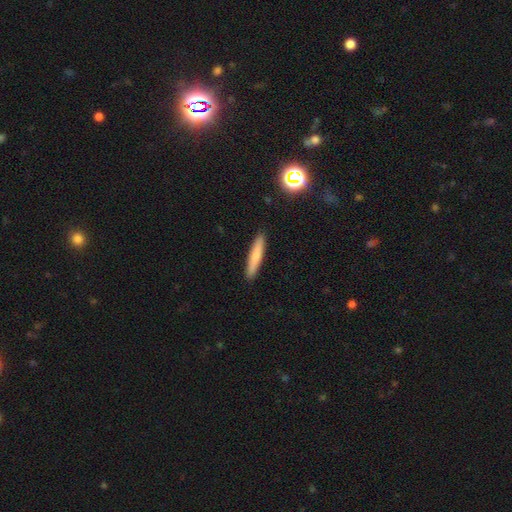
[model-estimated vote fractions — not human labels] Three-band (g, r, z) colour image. It shows a smooth galaxy with no disk features (75%) that is cigar-shaped (92%). Merging: none (91%).